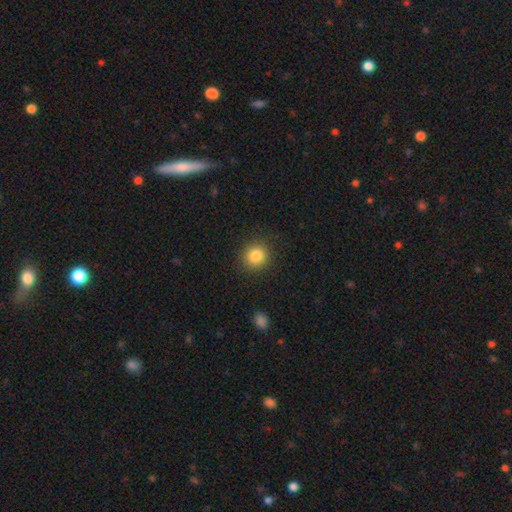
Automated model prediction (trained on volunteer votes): Overall: smooth (84%). How rounded: round (88%). Merging: none (89%).